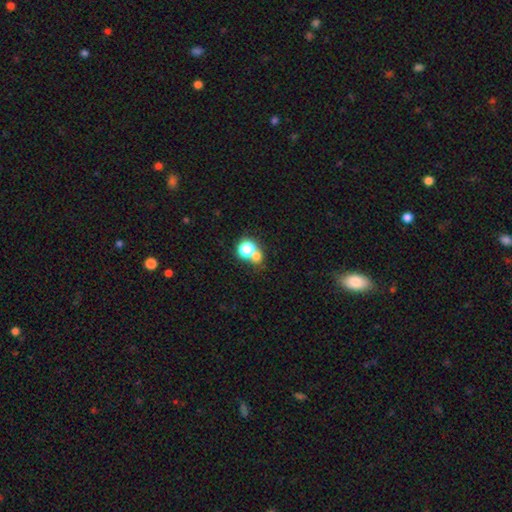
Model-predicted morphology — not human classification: A smooth galaxy with no disk features (67%) that is round (78%). Merging: none (46%).